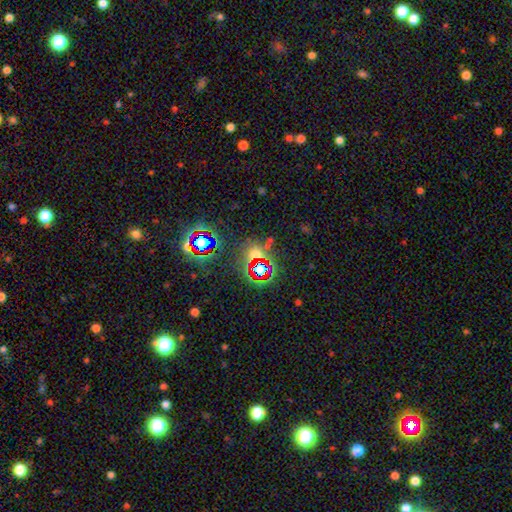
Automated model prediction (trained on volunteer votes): A star or artifact, not a galaxy (56%).